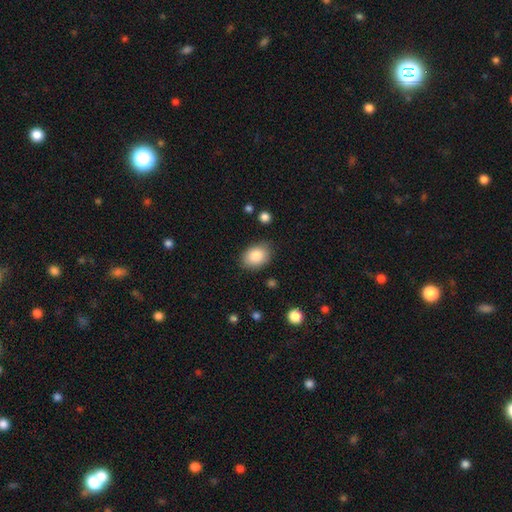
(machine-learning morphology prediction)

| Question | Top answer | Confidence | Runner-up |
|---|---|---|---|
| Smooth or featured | smooth | 87% | star or artifact (7%) |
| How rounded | in between | 80% | round (19%) |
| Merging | none | 81% | minor disturbance (14%) |